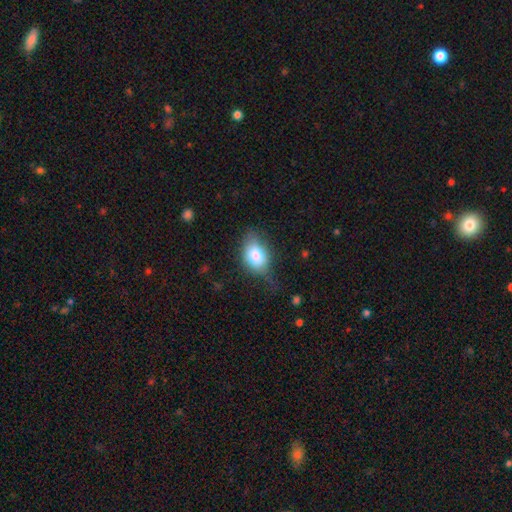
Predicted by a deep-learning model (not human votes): Morphology: type=smooth (79%); roundness=in between (77%); merging=none (54%).